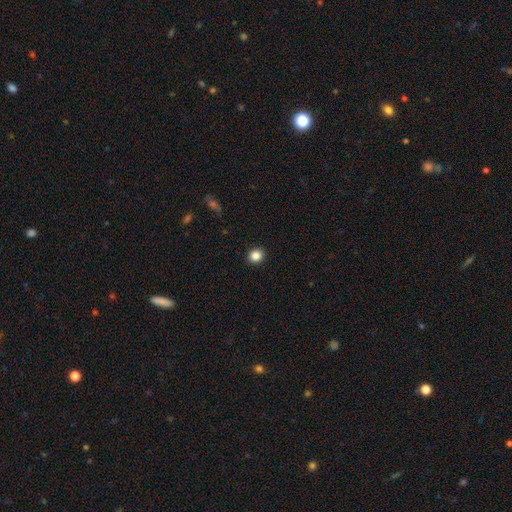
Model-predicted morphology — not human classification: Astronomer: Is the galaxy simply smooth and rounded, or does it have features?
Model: smooth — 86%.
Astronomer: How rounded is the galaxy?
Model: round — 82%.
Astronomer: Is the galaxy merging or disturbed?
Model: none — 92%.